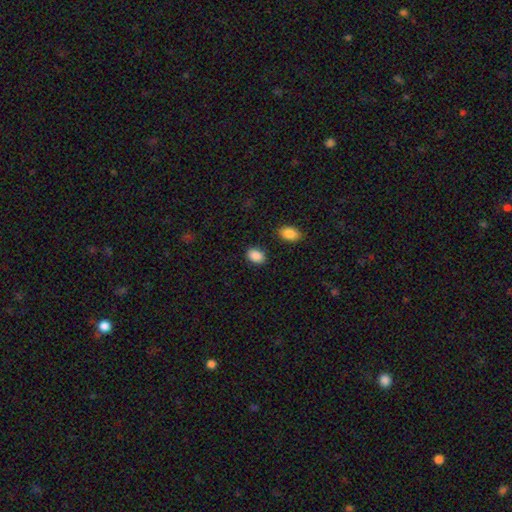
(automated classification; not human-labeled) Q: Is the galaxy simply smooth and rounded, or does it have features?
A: smooth — 89%.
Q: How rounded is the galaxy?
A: in between — 81%.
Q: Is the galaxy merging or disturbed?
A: none — 85%.